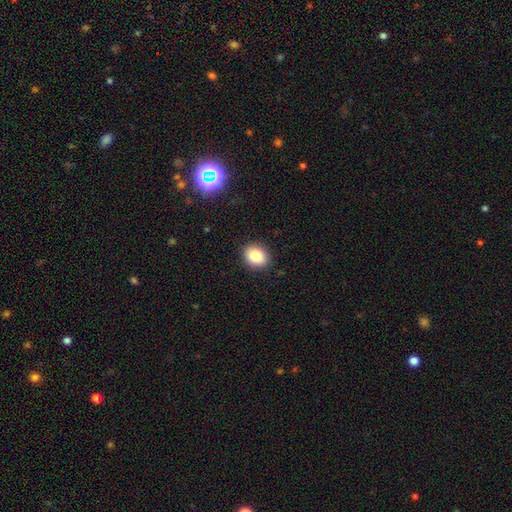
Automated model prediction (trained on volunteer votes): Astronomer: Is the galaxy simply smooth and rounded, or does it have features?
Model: smooth — 84%.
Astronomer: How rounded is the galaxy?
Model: round — 51% (runner-up: in between, 48%).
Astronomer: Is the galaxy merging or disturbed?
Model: none — 89%.